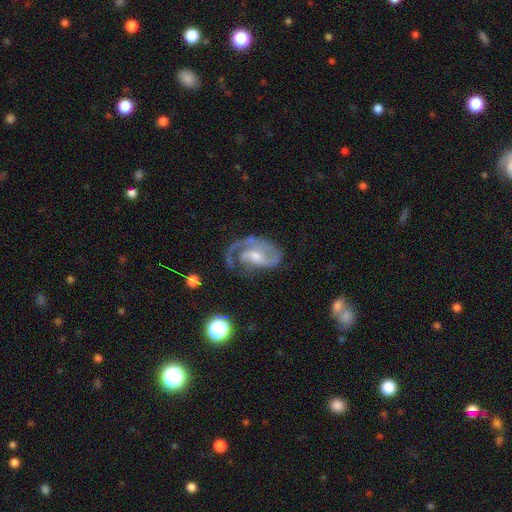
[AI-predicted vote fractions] Q: Smooth or featured?
A: featured or disk (86%); runner-up: smooth (8%)
Q: Edge-on disk?
A: no (97%); runner-up: yes (3%)
Q: Bar?
A: weak (44%); runner-up: no (43%)
Q: Spiral arms?
A: yes (95%); runner-up: no (5%)
Q: Spiral winding?
A: medium (49%); runner-up: tight (34%)
Q: Spiral arm count?
A: 2 (58%); runner-up: 1 (25%)
Q: Bulge size?
A: moderate (49%); runner-up: small (41%)
Q: Merging?
A: none (54%); runner-up: major disturbance (22%)